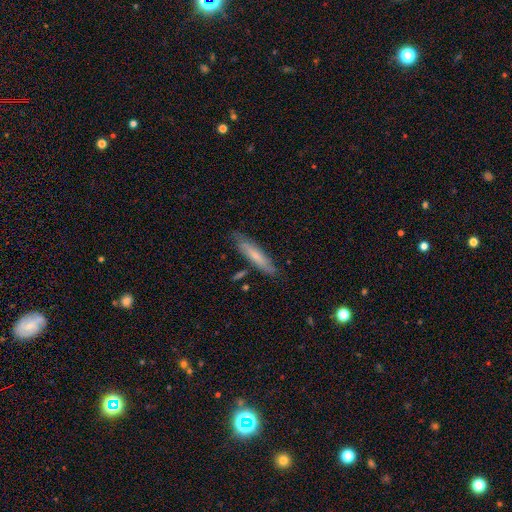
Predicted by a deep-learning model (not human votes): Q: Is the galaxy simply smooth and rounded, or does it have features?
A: smooth — 61%.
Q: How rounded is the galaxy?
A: cigar-shaped — 83%.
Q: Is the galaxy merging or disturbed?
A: none — 78%.